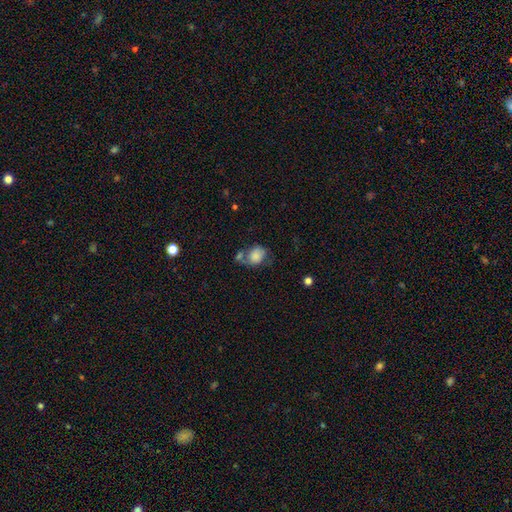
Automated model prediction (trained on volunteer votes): Smooth or featured? smooth (78%)
How rounded? in between (56%)
Merging? none (38%)